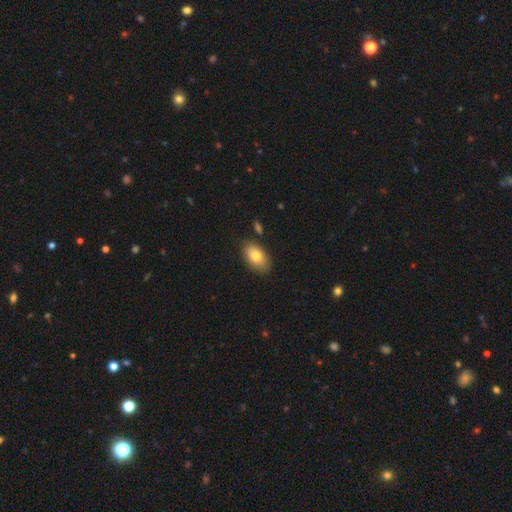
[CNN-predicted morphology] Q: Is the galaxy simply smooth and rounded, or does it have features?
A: smooth — 80%.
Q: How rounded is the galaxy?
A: in between — 91%.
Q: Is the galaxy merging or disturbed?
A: none — 80%.